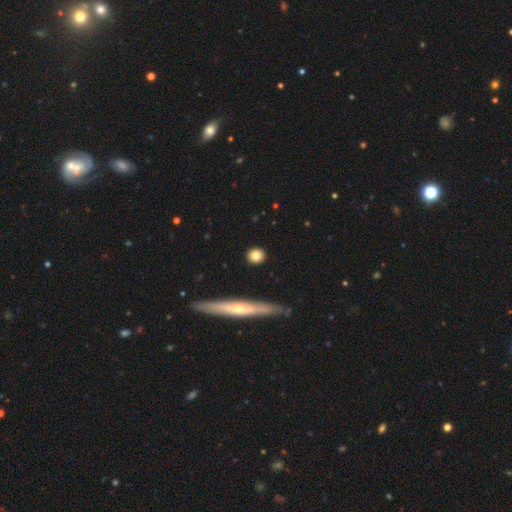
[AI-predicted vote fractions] Q: Smooth or featured?
A: smooth (80%); runner-up: featured or disk (12%)
Q: How rounded?
A: round (87%); runner-up: in between (8%)
Q: Merging?
A: none (90%); runner-up: minor disturbance (7%)